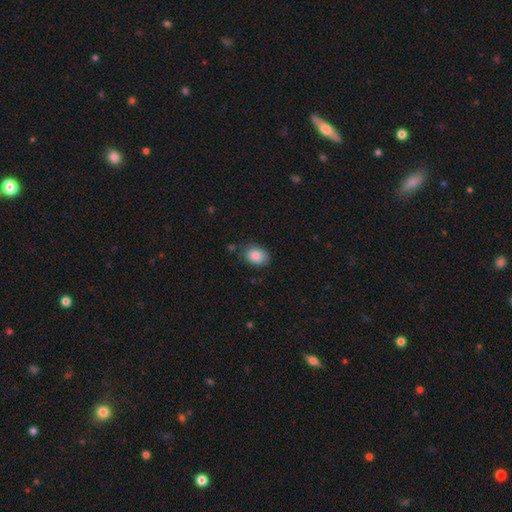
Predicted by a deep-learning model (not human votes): This appears to be a smooth galaxy with no disk features (87%) that is in between round and cigar-shaped (72%). Merging: none (74%).